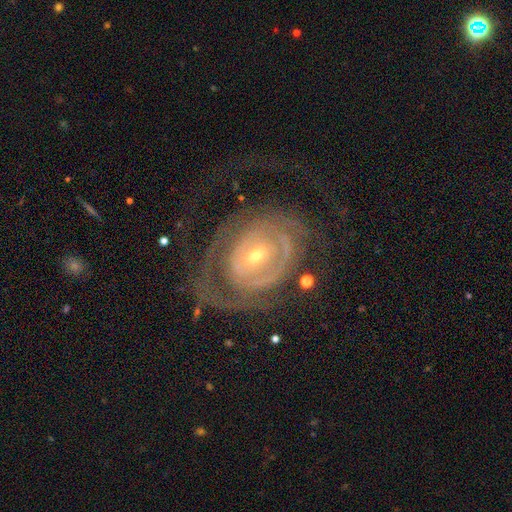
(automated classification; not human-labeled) smooth_or_featured: featured or disk (p=0.84) [alt: smooth p=0.10]
disk_edge_on: no (p=0.96) [alt: yes p=0.04]
bar: no (p=0.47) [alt: weak p=0.36]
has_spiral_arms: yes (p=0.82) [alt: no p=0.18]
spiral_winding: tight (p=0.67) [alt: medium p=0.23]
spiral_arm_count: can't tell (p=0.40) [alt: 2 p=0.29]
bulge_size: small (p=0.66) [alt: moderate p=0.30]
merging: none (p=0.56) [alt: major disturbance p=0.23]